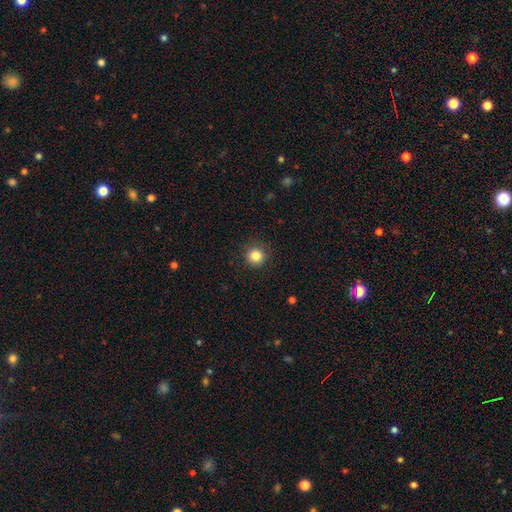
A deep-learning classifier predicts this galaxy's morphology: smooth-or-featured: smooth: 84% | star or artifact: 11% | featured or disk: 5%
  how-rounded: round: 95% | in between: 4% | cigar-shaped: 1%
  merging: none: 91% | minor disturbance: 6% | major disturbance: 2% | merger: 1%